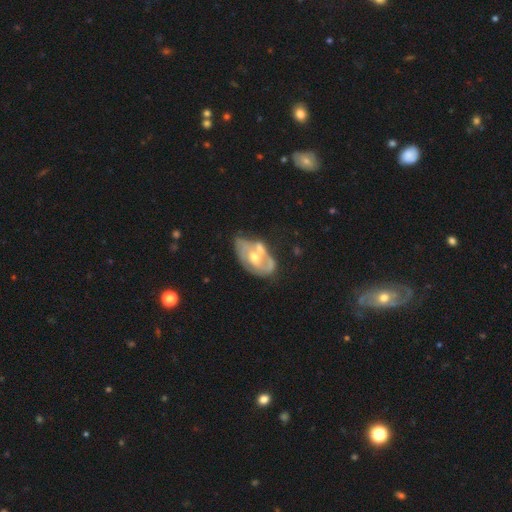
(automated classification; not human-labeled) featured or disk 72%, smooth 22%, star or artifact 6%. Down the decision tree: edge-on disk — no (96%); bar — no (62%); spiral arms — yes (61%); bulge size — moderate (62%); merging — merger (41%).